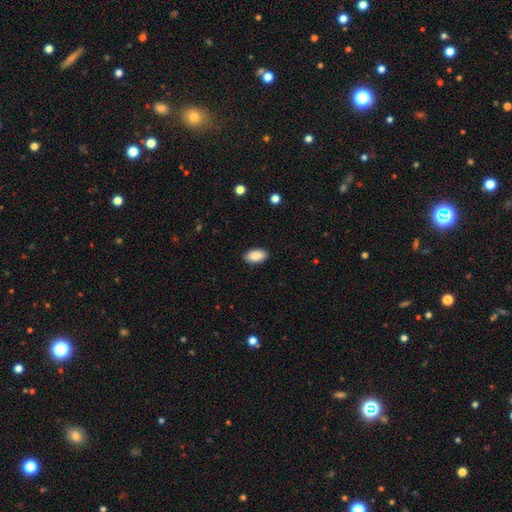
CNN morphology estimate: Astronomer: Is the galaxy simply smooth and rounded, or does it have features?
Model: smooth — 90%.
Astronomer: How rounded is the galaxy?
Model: in between — 95%.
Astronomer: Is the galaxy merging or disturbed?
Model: none — 90%.